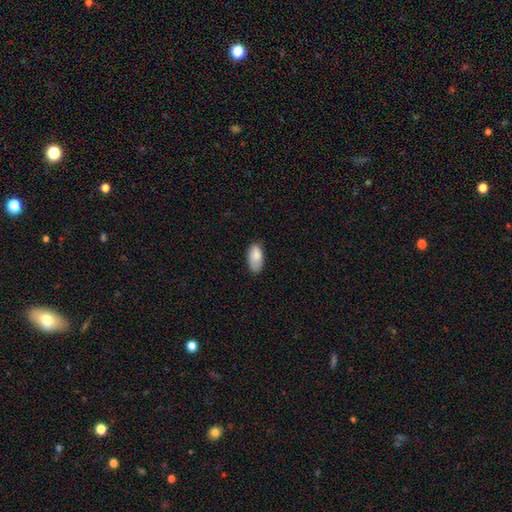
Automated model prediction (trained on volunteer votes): Smooth or featured? smooth (85%)
How rounded? in between (94%)
Merging? none (70%)